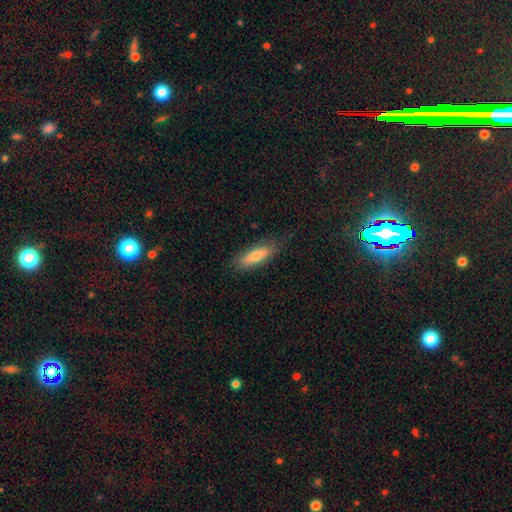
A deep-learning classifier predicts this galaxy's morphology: Smooth or featured: smooth — 68% (featured or disk — 24%)
How rounded: cigar-shaped — 53% (in between — 45%)
Merging: none — 77% (minor disturbance — 18%)